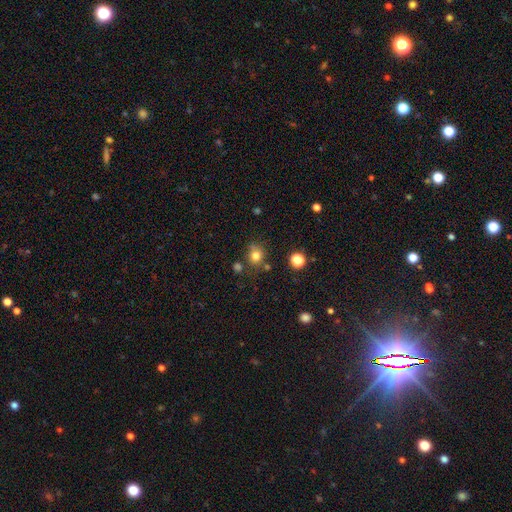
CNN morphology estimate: smooth_or_featured: smooth (p=0.79) [alt: star or artifact p=0.14]
how_rounded: round (p=0.74) [alt: in between p=0.25]
merging: none (p=0.69) [alt: minor disturbance p=0.17]